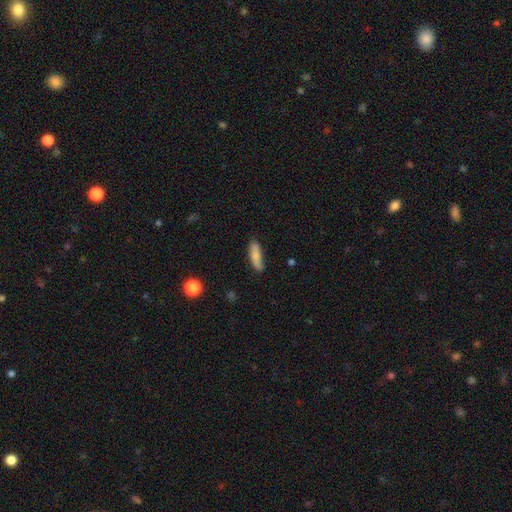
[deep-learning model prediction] smooth 80%, featured or disk 13%, star or artifact 7%. Down the decision tree: how rounded — cigar-shaped (57%); merging — none (72%).